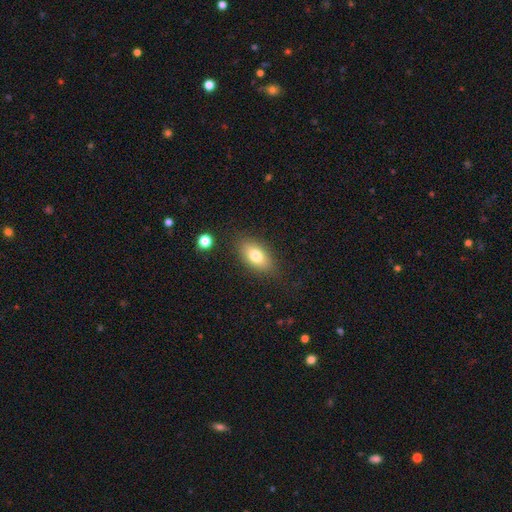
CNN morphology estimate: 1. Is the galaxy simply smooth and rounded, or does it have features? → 77% smooth, 14% featured or disk, 8% star or artifact.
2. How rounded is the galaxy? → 89% in between, 7% round, 5% cigar-shaped.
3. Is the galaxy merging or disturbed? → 83% none, 12% minor disturbance, 3% major disturbance, 2% merger.